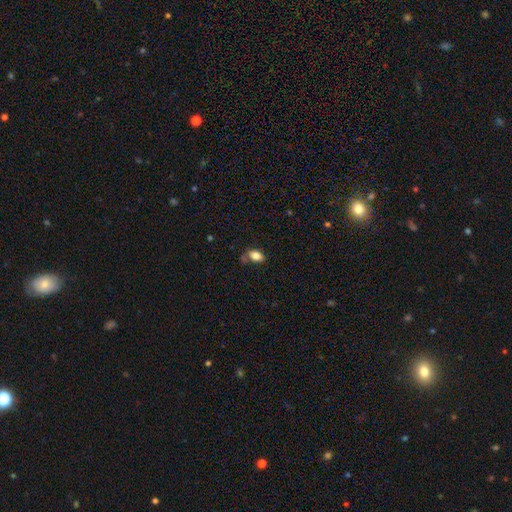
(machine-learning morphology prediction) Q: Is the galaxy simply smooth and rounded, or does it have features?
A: smooth — 83%.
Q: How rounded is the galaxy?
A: in between — 88%.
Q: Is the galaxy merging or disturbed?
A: none — 65%.